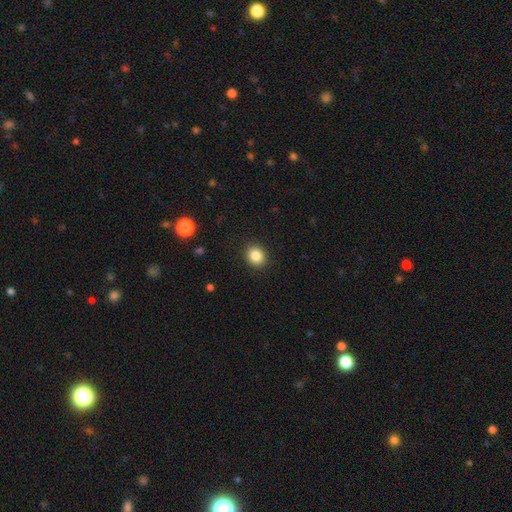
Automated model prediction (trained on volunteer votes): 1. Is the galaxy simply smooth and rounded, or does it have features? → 86% smooth, 10% star or artifact, 4% featured or disk.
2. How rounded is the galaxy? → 71% round, 29% in between, 1% cigar-shaped.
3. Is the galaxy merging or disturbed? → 90% none, 7% minor disturbance, 2% major disturbance, 1% merger.